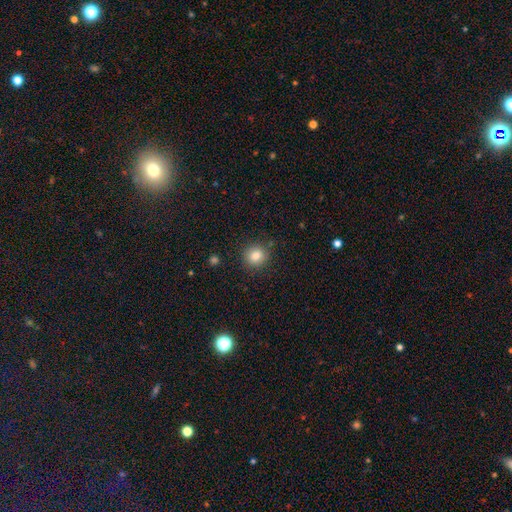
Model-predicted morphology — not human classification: The model was most divided on "smooth or featured": smooth: 84%, star or artifact: 11%, featured or disk: 5%. More confident: how rounded — round (87%); merging — none (86%).